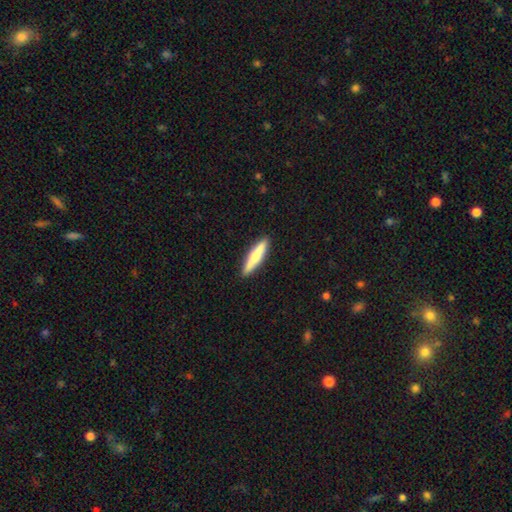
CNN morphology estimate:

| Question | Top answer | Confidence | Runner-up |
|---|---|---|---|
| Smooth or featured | smooth | 65% | featured or disk (30%) |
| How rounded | cigar-shaped | 88% | in between (11%) |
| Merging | none | 91% | minor disturbance (6%) |